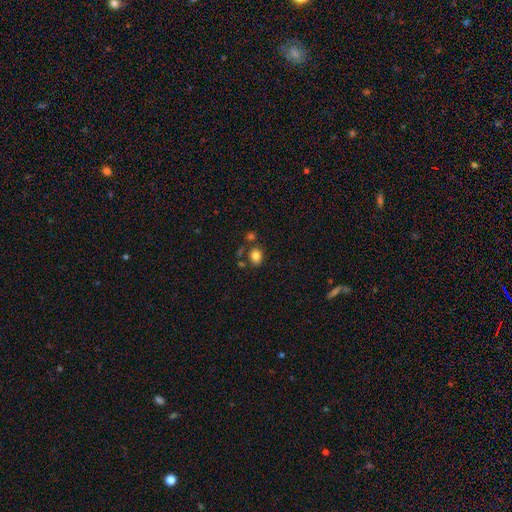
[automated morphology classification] A smooth galaxy with no disk features (82%) that is round (50%). Merging: none (70%).